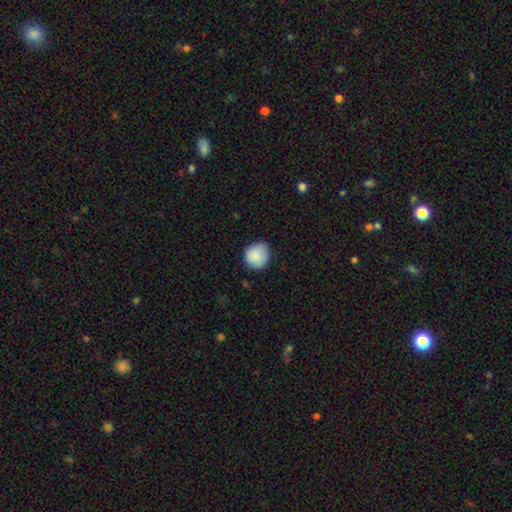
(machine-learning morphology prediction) A smooth galaxy with no disk features (88%) that is round (89%).

Vote fractions:
- Smooth or featured? smooth: 88% / star or artifact: 7% / featured or disk: 5%
- How rounded? round: 89% / in between: 10% / cigar-shaped: 1%
- Merging? none: 80% / minor disturbance: 16% / major disturbance: 3% / merger: 1%